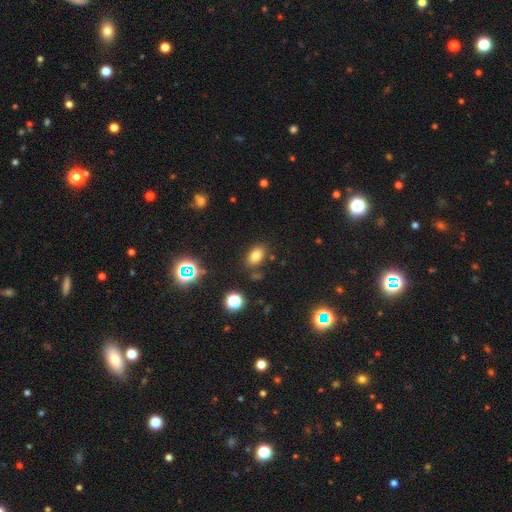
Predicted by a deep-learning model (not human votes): A smooth galaxy with no disk features (76%) that is in between round and cigar-shaped (81%).

Vote fractions:
- Smooth or featured? smooth: 76% / star or artifact: 16% / featured or disk: 8%
- How rounded? in between: 81% / round: 18% / cigar-shaped: 1%
- Merging? none: 80% / minor disturbance: 11% / merger: 5% / major disturbance: 4%